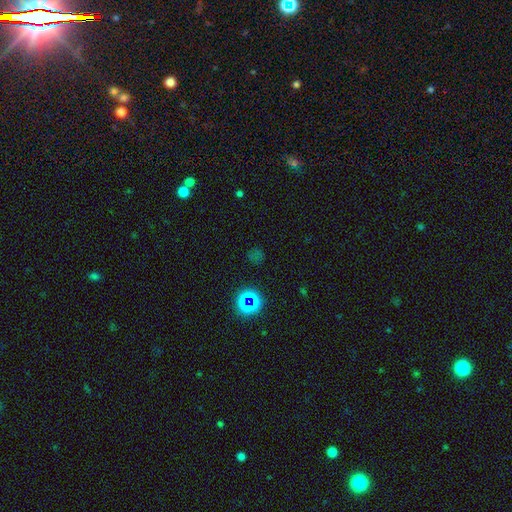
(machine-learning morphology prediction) This appears to be a star or artifact, not a galaxy (59%).